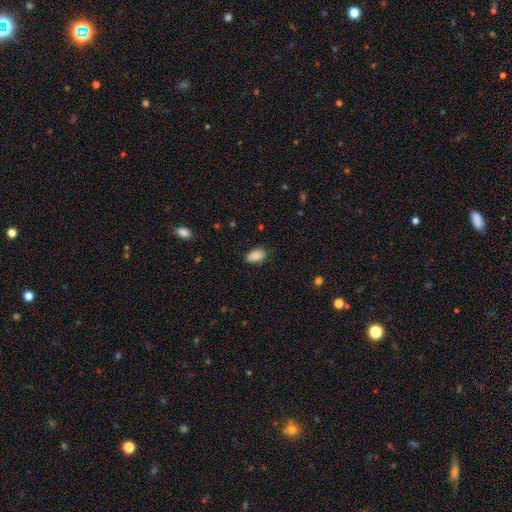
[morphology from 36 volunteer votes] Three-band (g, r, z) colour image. It shows a smooth galaxy with no disk features (92%) that is in between round and cigar-shaped (85%). Merging: none (63%).